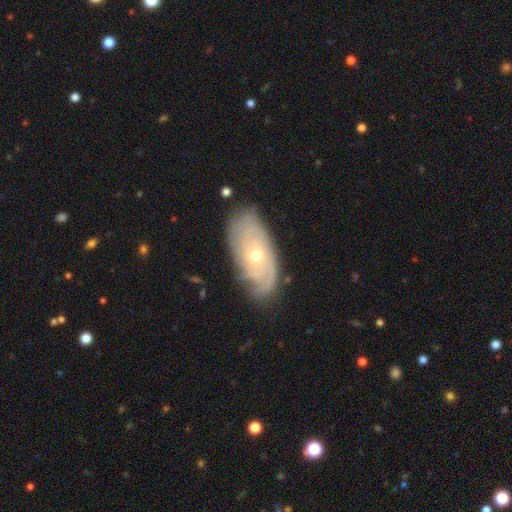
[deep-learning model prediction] smooth-or-featured: featured or disk: 80% | smooth: 15% | star or artifact: 6%
  disk-edge-on: no: 92% | yes: 8%
    bar: no: 73% | weak: 23% | strong: 4%
    has-spiral-arms: yes: 93% | no: 7%
      spiral-winding: tight: 70% | medium: 24% | loose: 7%
      spiral-arm-count: can't tell: 45% | 2: 20% | 3: 16% | 4: 10% | 1: 5% | more than 4: 5%
    bulge-size: small: 52% | moderate: 45% | large: 1% | none: 1% | dominant: 1%
  merging: none: 76% | minor disturbance: 18% | major disturbance: 4% | merger: 1%